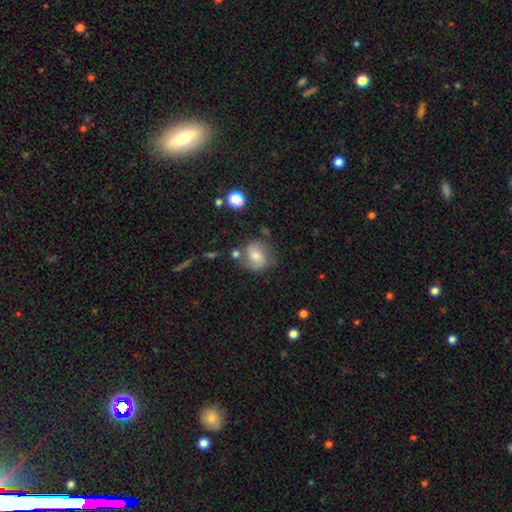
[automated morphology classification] smooth-or-featured: featured or disk: 51% | smooth: 39% | star or artifact: 9%
  disk-edge-on: no: 97% | yes: 3%
  merging: none: 63% | minor disturbance: 20% | major disturbance: 9% | merger: 9%